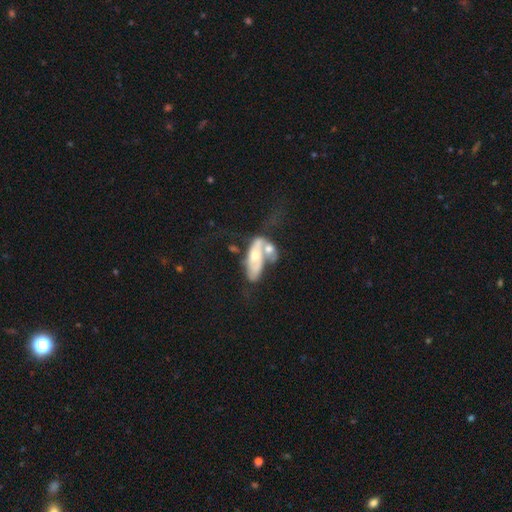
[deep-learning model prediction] Smooth or featured? featured or disk (57%)
Edge-on disk? no (87%)
Merging? merger (67%)